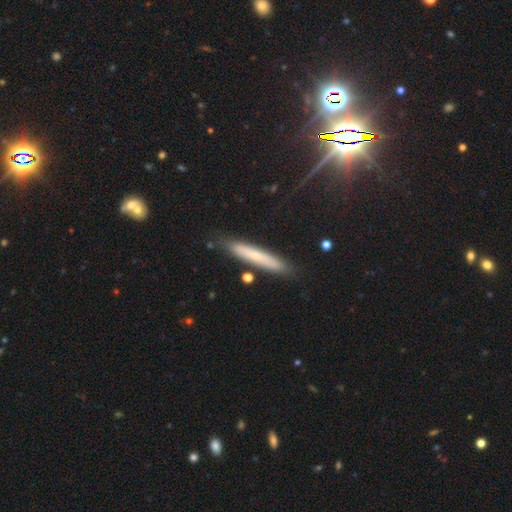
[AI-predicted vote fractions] This appears to be a smooth galaxy with no disk features (63%) that is cigar-shaped (93%). Merging: none (84%).